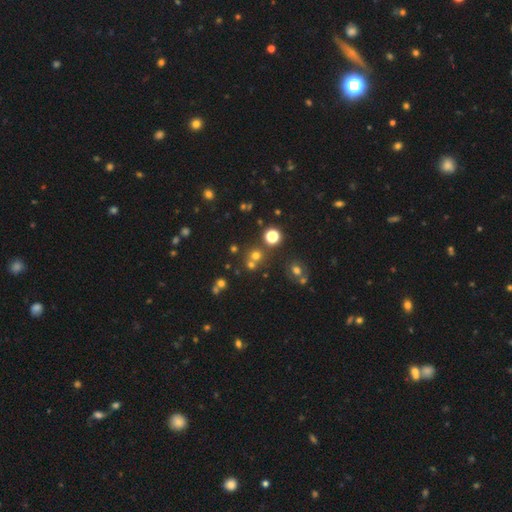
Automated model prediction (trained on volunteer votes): smooth-or-featured: smooth: 60% | star or artifact: 30% | featured or disk: 10%
  how-rounded: round: 90% | in between: 9% | cigar-shaped: 1%
  merging: none: 67% | merger: 23% | minor disturbance: 7% | major disturbance: 3%